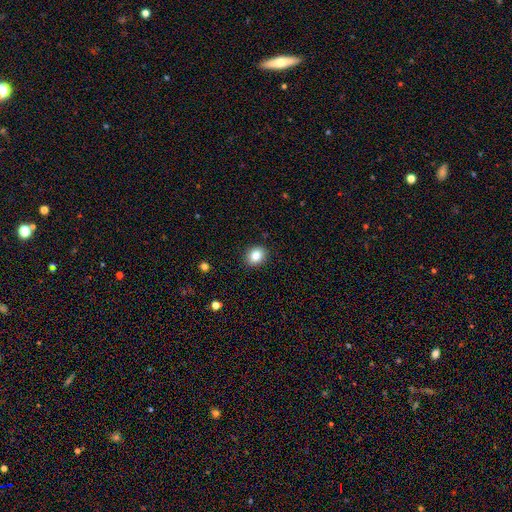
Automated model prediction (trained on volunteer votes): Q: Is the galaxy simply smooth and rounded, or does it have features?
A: smooth — 84%.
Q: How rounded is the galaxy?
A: round — 58%.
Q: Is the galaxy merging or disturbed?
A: none — 91%.